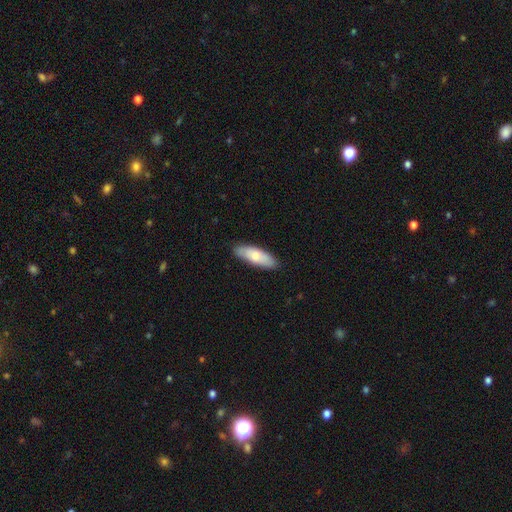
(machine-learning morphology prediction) This is likely a smooth galaxy (71%). How rounded: possibly in between (59%). Merging: clearly none (85%).